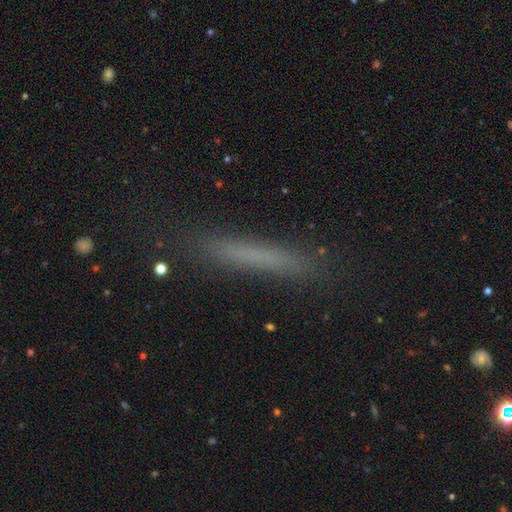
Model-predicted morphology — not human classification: Q: Smooth or featured?
A: smooth (65%); runner-up: featured or disk (23%)
Q: How rounded?
A: cigar-shaped (95%); runner-up: in between (4%)
Q: Merging?
A: none (85%); runner-up: minor disturbance (11%)